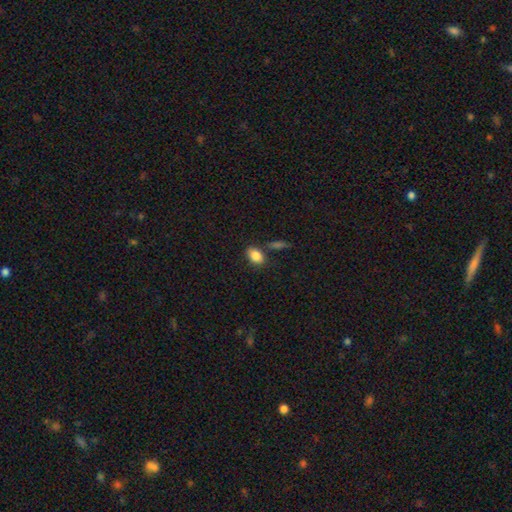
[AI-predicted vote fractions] A smooth galaxy with no disk features (86%) that is in between round and cigar-shaped (80%).

Vote fractions:
- Smooth or featured? smooth: 86% / star or artifact: 8% / featured or disk: 6%
- How rounded? in between: 80% / round: 18% / cigar-shaped: 2%
- Merging? none: 72% / minor disturbance: 13% / merger: 11% / major disturbance: 4%